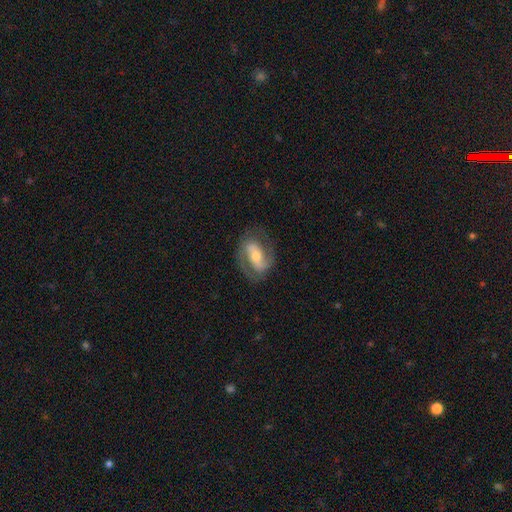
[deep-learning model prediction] Smooth or featured?
  - featured or disk: 78% *
  - smooth: 16%
  - star or artifact: 6%
Edge-on disk?
  - no: 95% *
  - yes: 5%
Bar?
  - strong: 48% *
  - weak: 31%
  - no: 21%
Spiral arms?
  - yes: 89% *
  - no: 11%
Spiral winding?
  - medium: 48% *
  - tight: 32%
  - loose: 20%
Spiral arm count?
  - 2: 87% *
  - can't tell: 6%
  - 1: 4%
  - 3: 1%
  - 4: 1%
  - more than 4: 1%
Bulge size?
  - moderate: 51% *
  - small: 37%
  - large: 8%
  - none: 2%
  - dominant: 1%
Merging?
  - none: 76% *
  - minor disturbance: 14%
  - major disturbance: 8%
  - merger: 1%